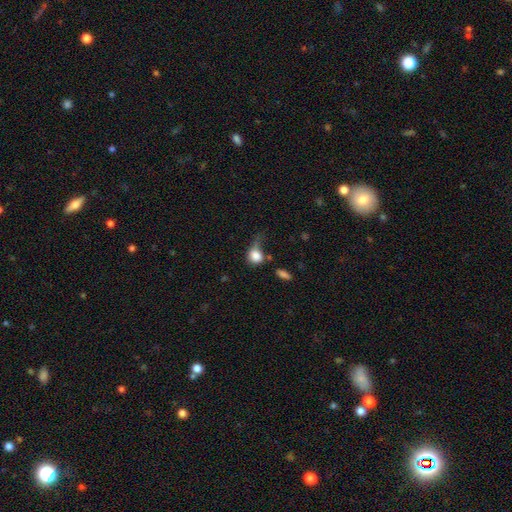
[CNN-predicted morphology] This is likely a smooth galaxy (79%). How rounded: likely round (60%). Merging: marginally major disturbance (39%).